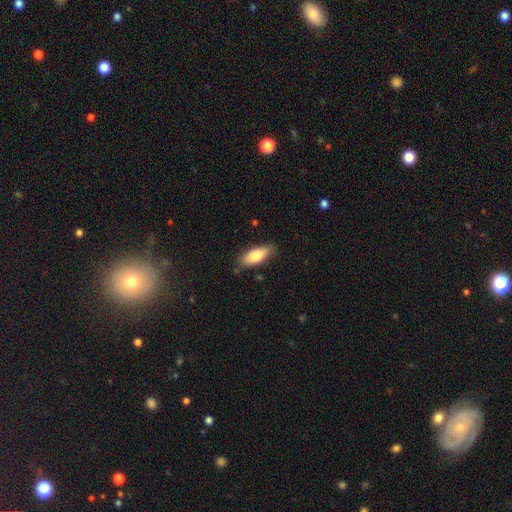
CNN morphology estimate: A smooth galaxy with no disk features (80%) that is in between round and cigar-shaped (73%).

Vote fractions:
- Smooth or featured? smooth: 80% / featured or disk: 14% / star or artifact: 6%
- How rounded? in between: 73% / cigar-shaped: 25% / round: 2%
- Merging? none: 80% / minor disturbance: 16% / major disturbance: 3% / merger: 2%